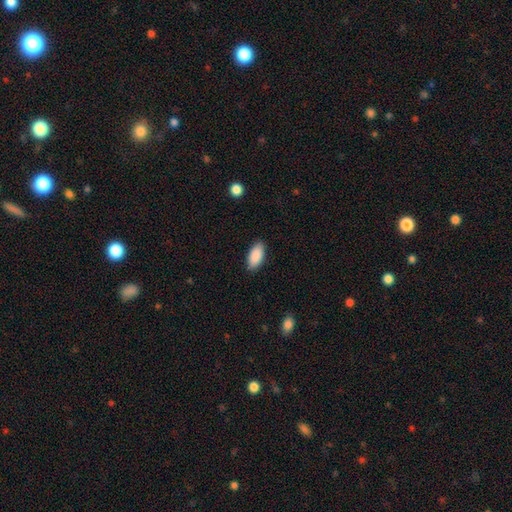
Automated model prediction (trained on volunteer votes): The model was most divided on "merging": none: 87%, minor disturbance: 9%, major disturbance: 2%, merger: 1%. More confident: how rounded — in between (91%); smooth or featured — smooth (90%).